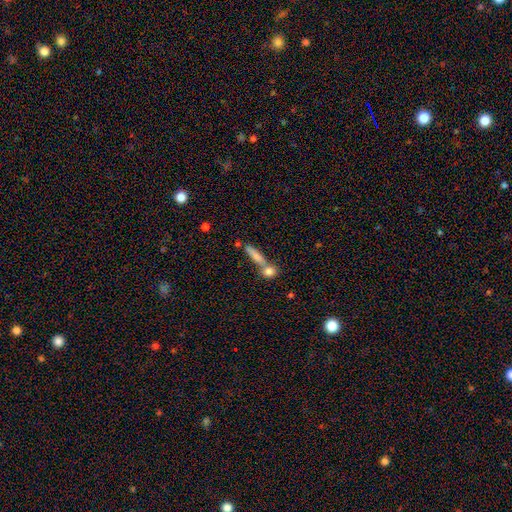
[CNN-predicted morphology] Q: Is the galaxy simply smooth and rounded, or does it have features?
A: smooth — 73%.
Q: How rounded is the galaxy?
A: cigar-shaped — 76%.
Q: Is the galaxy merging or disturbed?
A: none — 51%.